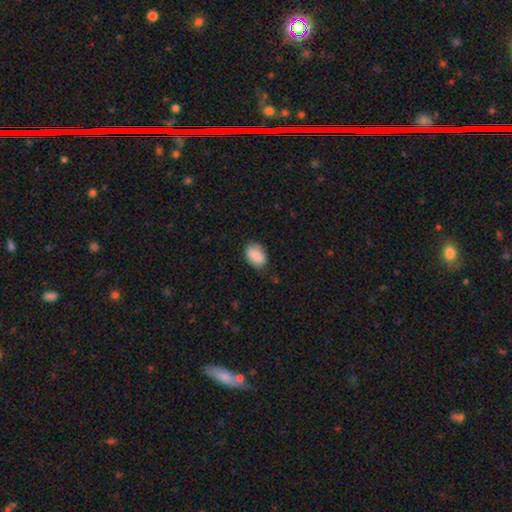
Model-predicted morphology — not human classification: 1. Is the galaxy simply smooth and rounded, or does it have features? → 88% smooth, 7% star or artifact, 5% featured or disk.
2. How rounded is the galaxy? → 88% in between, 10% round, 1% cigar-shaped.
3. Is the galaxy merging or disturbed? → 76% none, 19% minor disturbance, 4% major disturbance, 1% merger.